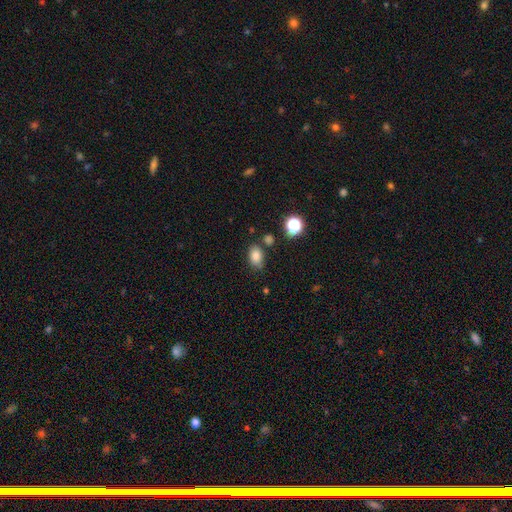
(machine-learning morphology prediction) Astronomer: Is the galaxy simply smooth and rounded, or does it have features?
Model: smooth — 82%.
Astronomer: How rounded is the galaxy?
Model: in between — 80%.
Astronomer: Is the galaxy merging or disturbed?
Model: none — 74%.